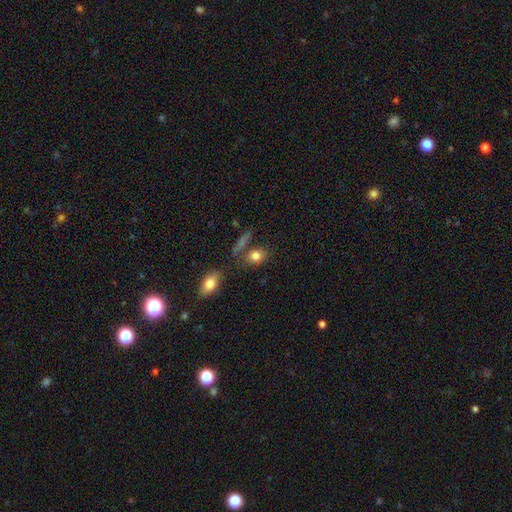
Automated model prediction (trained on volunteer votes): Smooth or featured? Predicted: smooth (p=0.81). How rounded? Predicted: in between (p=0.61). Merging? Predicted: none (p=0.63).